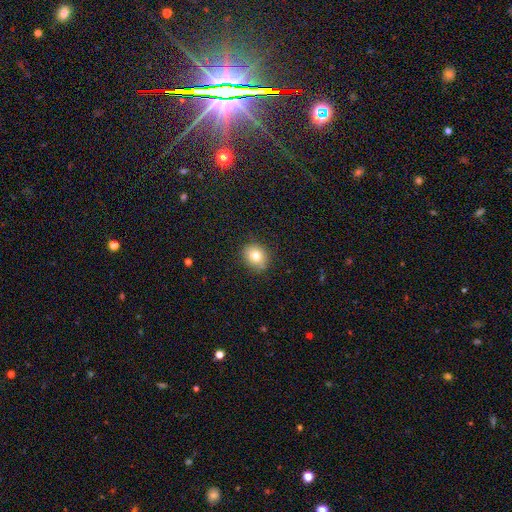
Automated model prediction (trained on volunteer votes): A smooth galaxy with no disk features (77%) that is round (73%).

Vote fractions:
- Smooth or featured? smooth: 77% / star or artifact: 12% / featured or disk: 11%
- How rounded? round: 73% / in between: 26% / cigar-shaped: 1%
- Merging? none: 86% / minor disturbance: 10% / major disturbance: 2% / merger: 1%